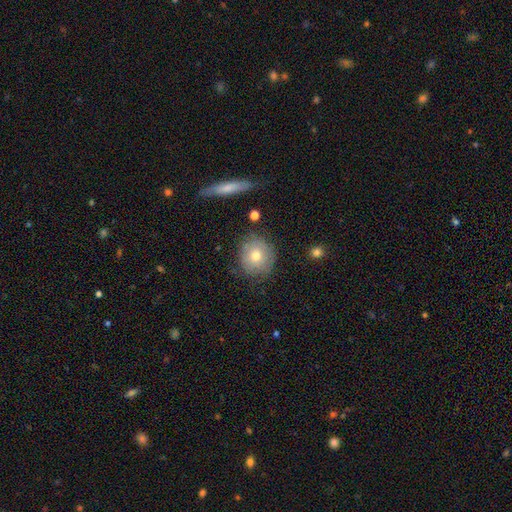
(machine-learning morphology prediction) smooth_or_featured: smooth (p=0.62) [alt: featured or disk p=0.30]
how_rounded: round (p=0.87) [alt: in between p=0.12]
merging: none (p=0.77) [alt: minor disturbance p=0.16]